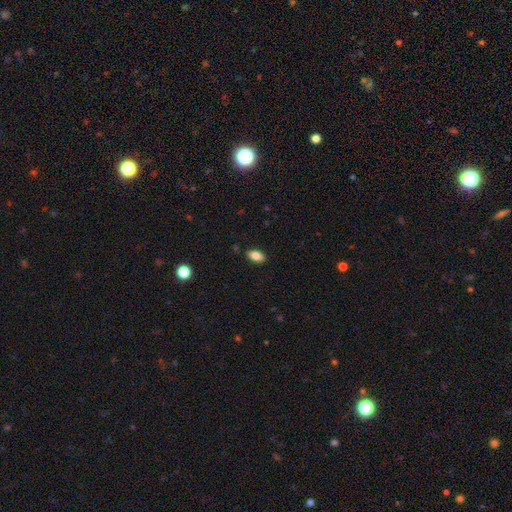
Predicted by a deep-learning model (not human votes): A smooth galaxy with no disk features (83%) that is in between round and cigar-shaped (91%). Merging: none (88%).